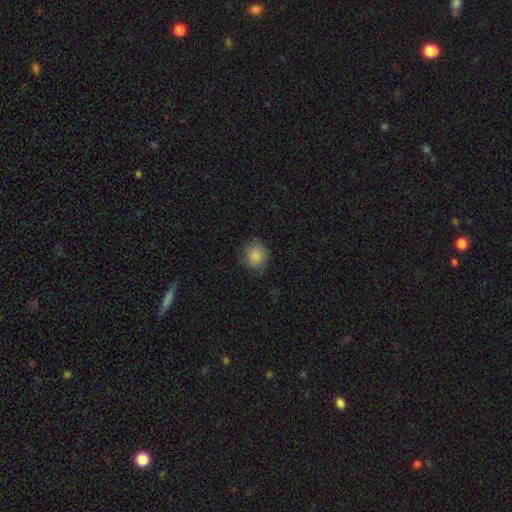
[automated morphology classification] smooth-or-featured: smooth: 86% | star or artifact: 9% | featured or disk: 5%
  how-rounded: round: 83% | in between: 16% | cigar-shaped: 1%
  merging: none: 79% | minor disturbance: 16% | major disturbance: 4% | merger: 1%